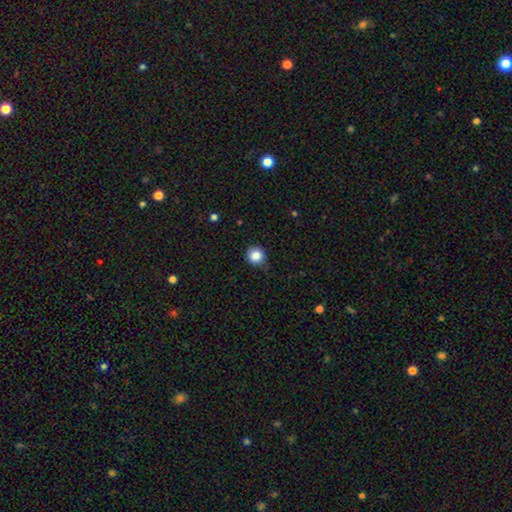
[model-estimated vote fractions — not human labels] Overall: smooth (86%). How rounded: round (90%). Merging: none (84%).